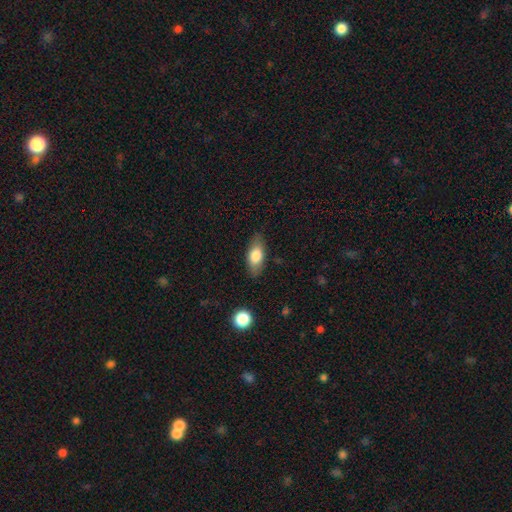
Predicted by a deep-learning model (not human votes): A smooth galaxy with no disk features (76%) that is in between round and cigar-shaped (84%).

Vote fractions:
- Smooth or featured? smooth: 76% / featured or disk: 17% / star or artifact: 7%
- How rounded? in between: 84% / cigar-shaped: 12% / round: 4%
- Merging? none: 83% / minor disturbance: 12% / major disturbance: 3% / merger: 1%